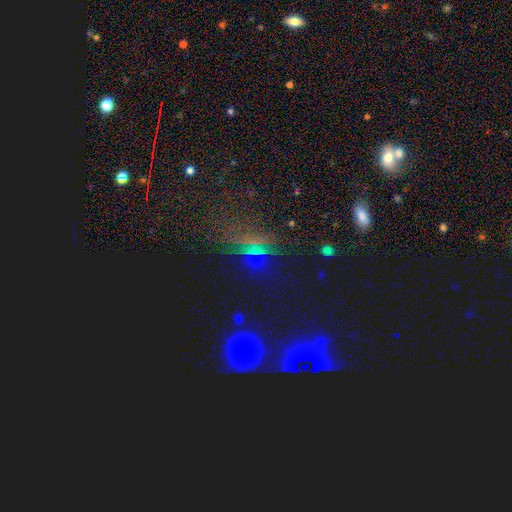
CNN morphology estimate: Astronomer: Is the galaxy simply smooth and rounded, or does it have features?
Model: star or artifact — 60%.